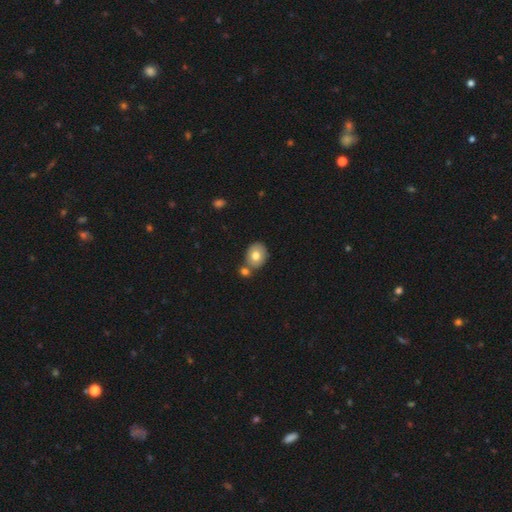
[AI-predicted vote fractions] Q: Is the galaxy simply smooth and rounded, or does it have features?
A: smooth — 74%.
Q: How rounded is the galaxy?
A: in between — 50%.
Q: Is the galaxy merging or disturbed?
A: none — 59%.